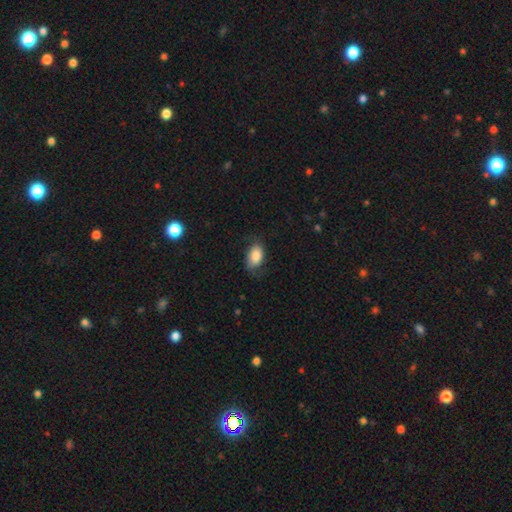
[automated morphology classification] Smooth or featured?
  - smooth: 76% *
  - featured or disk: 17%
  - star or artifact: 7%
How rounded?
  - in between: 90% *
  - round: 8%
  - cigar-shaped: 2%
Merging?
  - none: 64% *
  - minor disturbance: 23%
  - major disturbance: 11%
  - merger: 1%